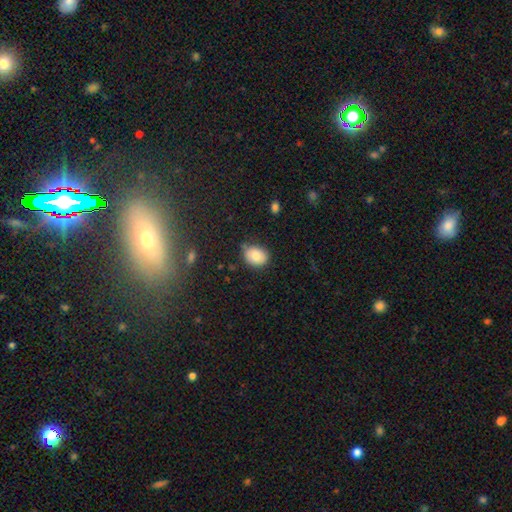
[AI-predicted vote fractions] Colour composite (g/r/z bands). It shows a smooth galaxy with no disk features (84%) that is in between round and cigar-shaped (54%). Merging: none (77%).